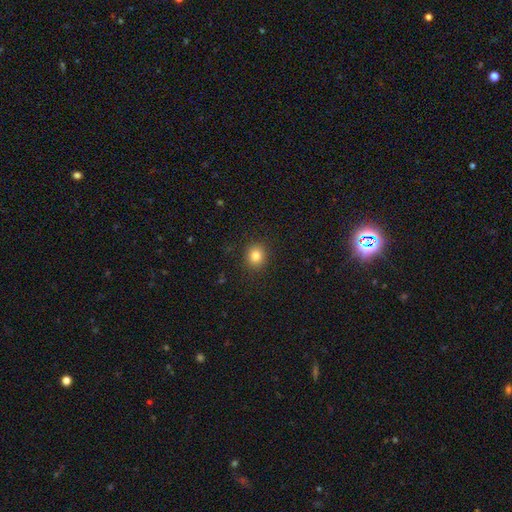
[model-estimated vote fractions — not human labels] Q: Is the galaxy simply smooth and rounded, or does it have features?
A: smooth — 82%.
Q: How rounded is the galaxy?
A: round — 80%.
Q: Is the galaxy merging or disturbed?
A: none — 90%.